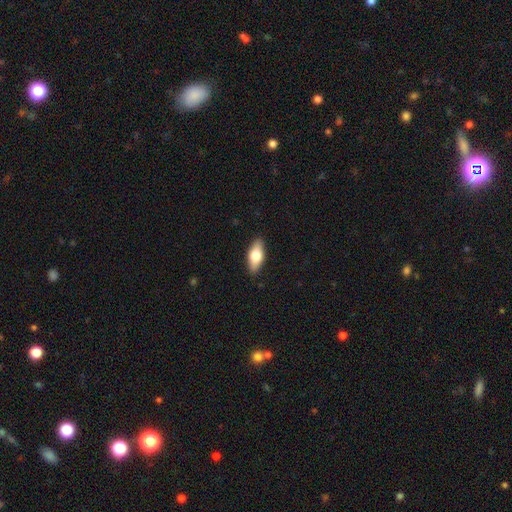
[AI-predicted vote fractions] This is likely a smooth galaxy (68%). How rounded: clearly in between (81%). Merging: clearly none (88%).